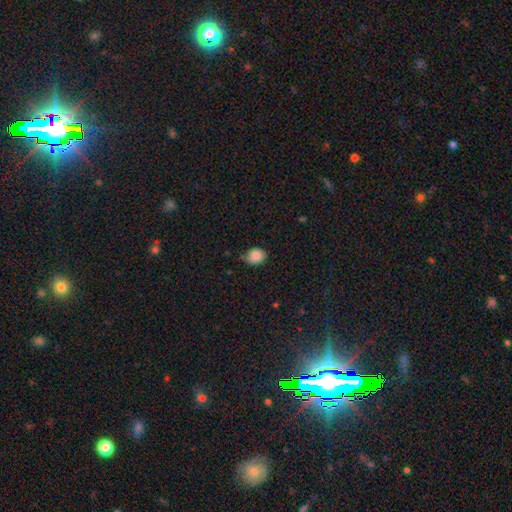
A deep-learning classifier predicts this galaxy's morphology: This is clearly a smooth galaxy (86%). How rounded: possibly in between (50%). Merging: likely none (61%).